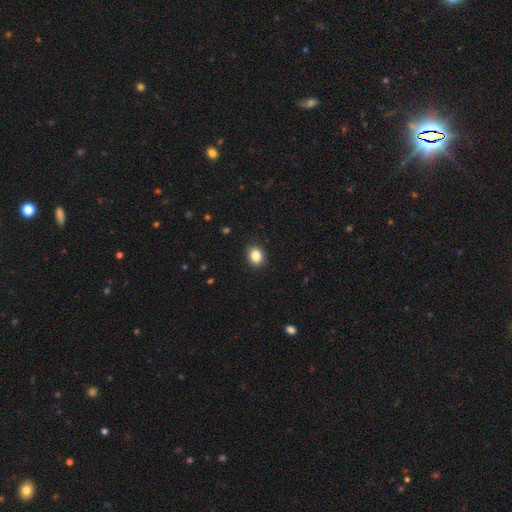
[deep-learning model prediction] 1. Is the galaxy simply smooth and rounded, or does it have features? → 86% smooth, 10% star or artifact, 4% featured or disk.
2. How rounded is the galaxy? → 54% in between, 45% round, 1% cigar-shaped.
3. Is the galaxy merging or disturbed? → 91% none, 7% minor disturbance, 2% major disturbance, 1% merger.